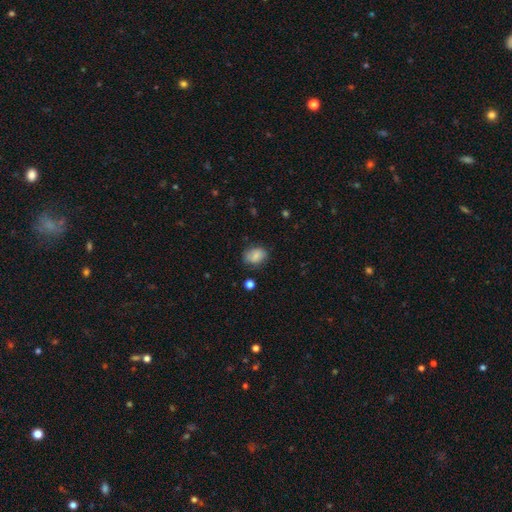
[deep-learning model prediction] Smooth or featured: smooth — 82% (featured or disk — 10%)
How rounded: in between — 68% (round — 31%)
Merging: none — 71% (minor disturbance — 22%)